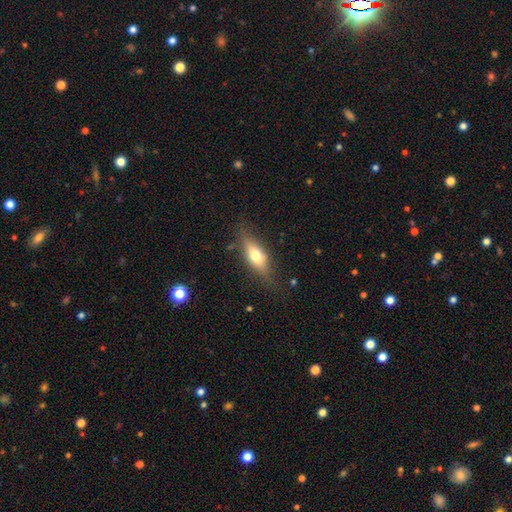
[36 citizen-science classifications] Volunteers were most divided on "smooth or featured": featured or disk: 50%, smooth: 47%, star or artifact: 3%. More confident: edge-on bulge — rounded (100%); edge-on disk — yes (89%); merging — none (86%).